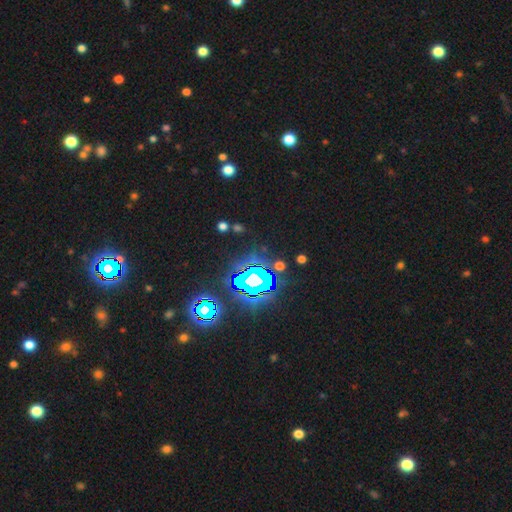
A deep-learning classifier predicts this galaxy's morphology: Overall: star or artifact (82%).